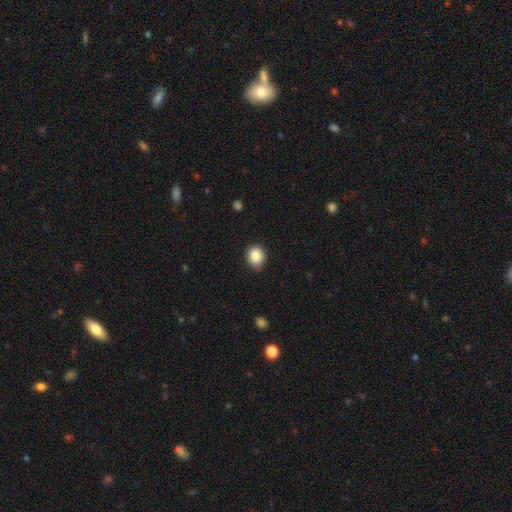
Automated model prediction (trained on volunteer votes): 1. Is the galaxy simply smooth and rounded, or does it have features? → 87% smooth, 9% star or artifact, 4% featured or disk.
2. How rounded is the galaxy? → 64% round, 35% in between, 1% cigar-shaped.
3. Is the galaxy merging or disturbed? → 84% none, 12% minor disturbance, 2% major disturbance, 1% merger.